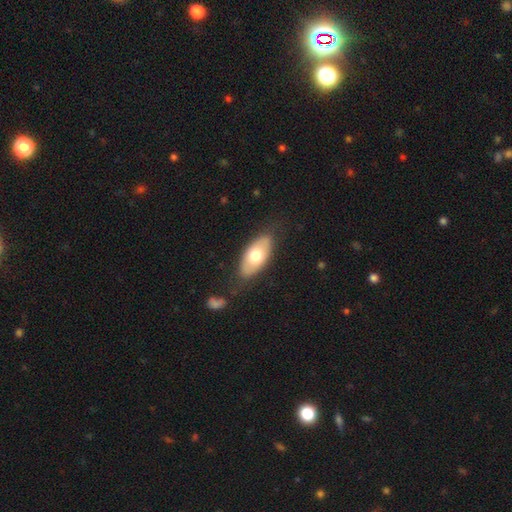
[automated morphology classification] Smooth or featured? Predicted: smooth (p=0.64). How rounded? Predicted: in between (p=0.89). Merging? Predicted: none (p=0.78).